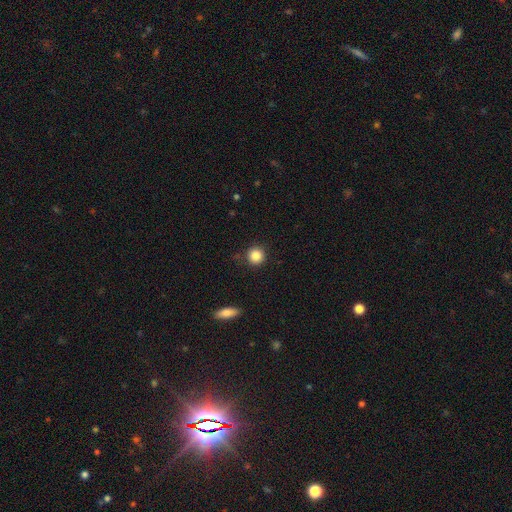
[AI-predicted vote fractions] This is clearly a smooth galaxy (86%). How rounded: clearly round (93%). Merging: clearly none (88%).